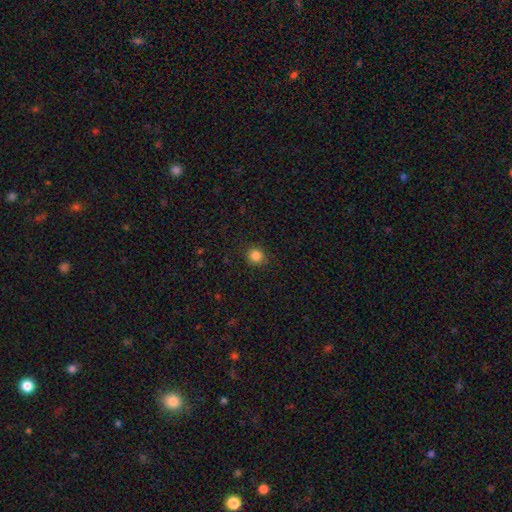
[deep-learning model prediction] Smooth or featured: smooth — 85% (star or artifact — 11%)
How rounded: round — 87% (in between — 12%)
Merging: none — 87% (minor disturbance — 9%)